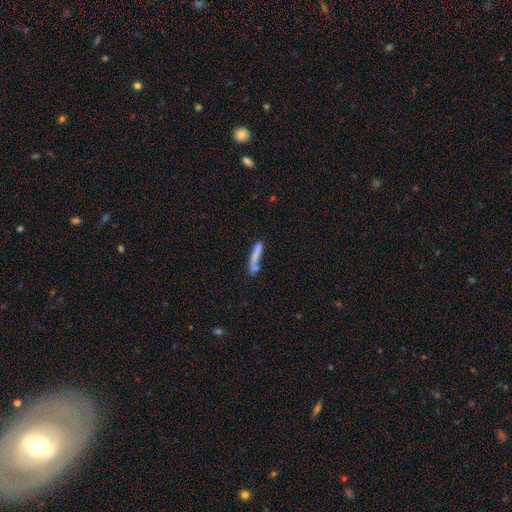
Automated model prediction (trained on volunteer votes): The model was most divided on "merging": none: 56%, merger: 19%, minor disturbance: 18%, major disturbance: 7%. More confident: how rounded — cigar-shaped (91%); smooth or featured — smooth (69%).